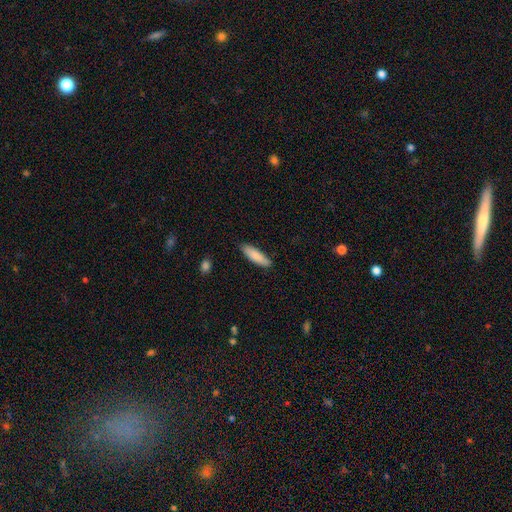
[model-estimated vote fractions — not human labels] smooth-or-featured: smooth: 86% | featured or disk: 8% | star or artifact: 6%
  how-rounded: cigar-shaped: 61% | in between: 37% | round: 1%
  merging: none: 85% | minor disturbance: 12% | major disturbance: 2% | merger: 1%